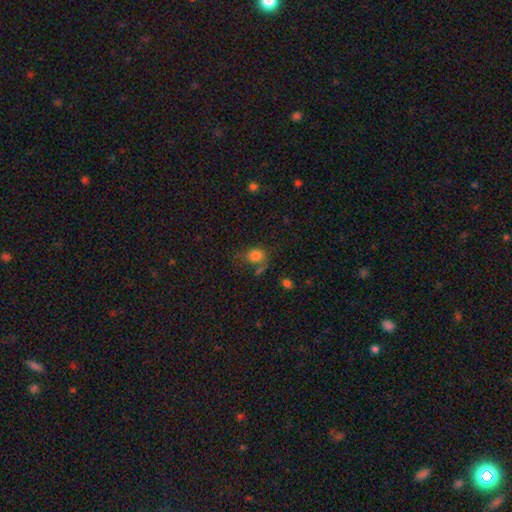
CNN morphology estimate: Smooth or featured?
  - smooth: 80% *
  - star or artifact: 12%
  - featured or disk: 9%
How rounded?
  - round: 53% *
  - in between: 46%
  - cigar-shaped: 1%
Merging?
  - none: 47% *
  - minor disturbance: 23%
  - major disturbance: 16%
  - merger: 14%